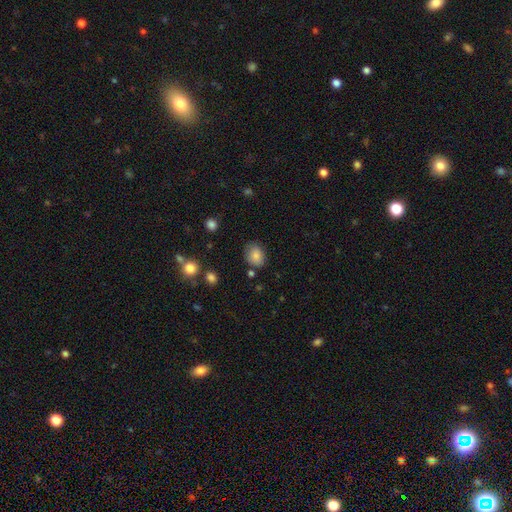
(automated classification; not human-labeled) Smooth or featured? smooth (82%)
How rounded? in between (60%)
Merging? none (73%)